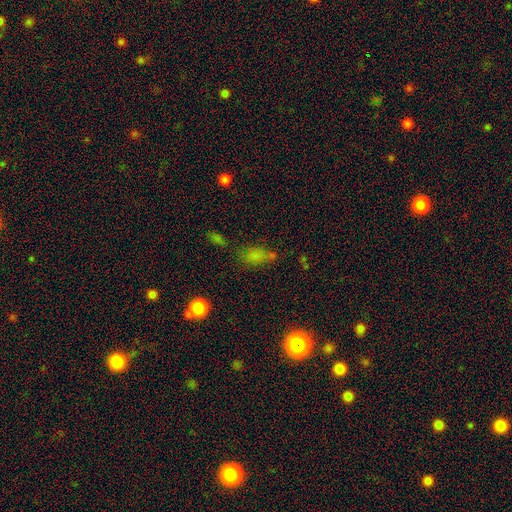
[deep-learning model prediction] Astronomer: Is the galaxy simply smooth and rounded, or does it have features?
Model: smooth — 66%.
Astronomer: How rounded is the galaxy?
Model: in between — 78%.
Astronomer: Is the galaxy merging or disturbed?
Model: none — 49%.